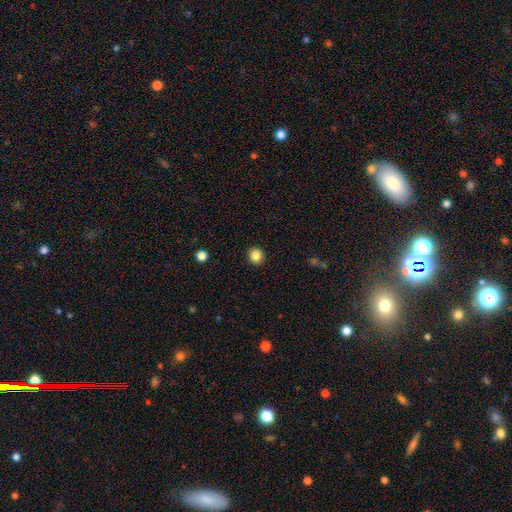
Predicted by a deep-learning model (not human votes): A smooth galaxy with no disk features (85%) that is round (88%).

Vote fractions:
- Smooth or featured? smooth: 85% / star or artifact: 11% / featured or disk: 4%
- How rounded? round: 88% / in between: 11% / cigar-shaped: 1%
- Merging? none: 92% / minor disturbance: 5% / major disturbance: 2% / merger: 1%